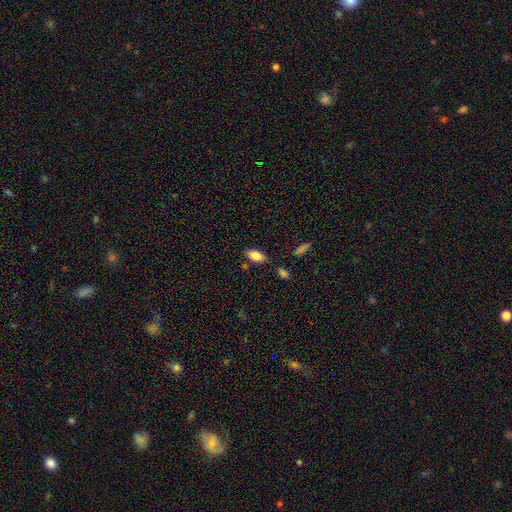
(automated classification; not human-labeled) smooth 85%, featured or disk 8%, star or artifact 7%. Down the decision tree: how rounded — in between (91%); merging — none (78%).